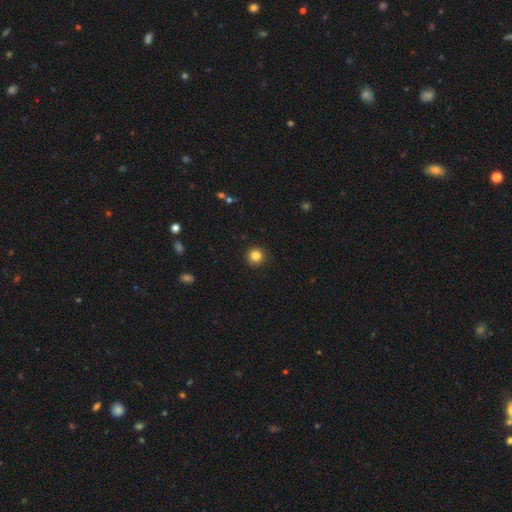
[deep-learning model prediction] Morphology: type=smooth (84%); roundness=round (95%); merging=none (93%).